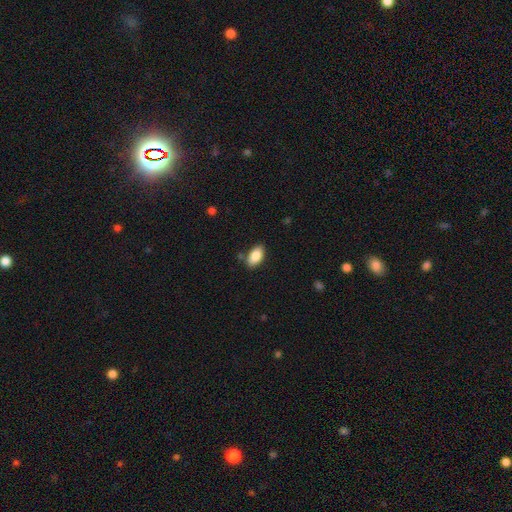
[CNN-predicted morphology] Smooth or featured? Predicted: smooth (p=0.86). How rounded? Predicted: in between (p=0.93). Merging? Predicted: none (p=0.81).